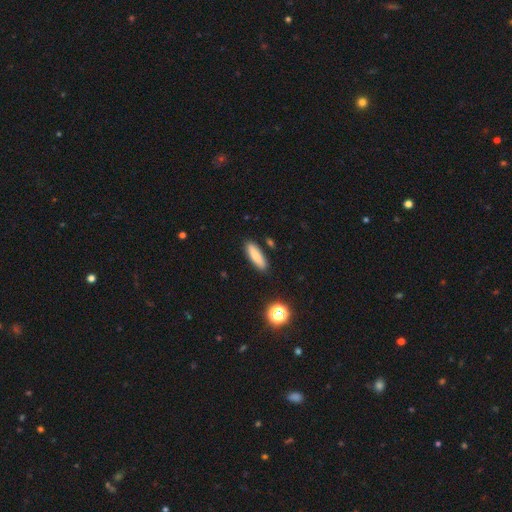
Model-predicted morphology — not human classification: The model was most divided on "how rounded": cigar-shaped: 60%, in between: 38%, round: 2%. More confident: merging — none (88%); smooth or featured — smooth (80%).